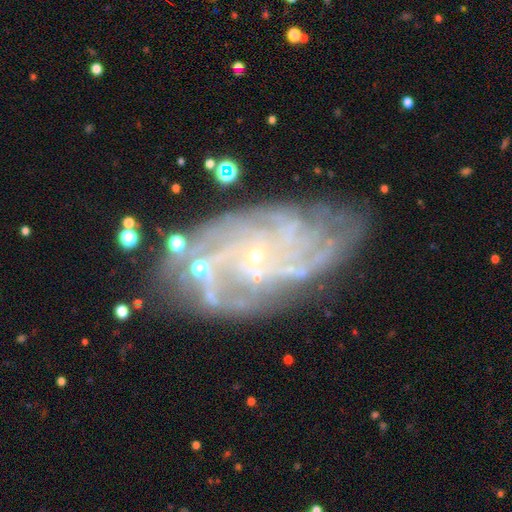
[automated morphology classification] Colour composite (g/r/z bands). It shows a featured or disk galaxy (83%) with no bar (73%), tight (53%) spiral arms (92%) and a small central bulge (84%). Merging: none (68%).